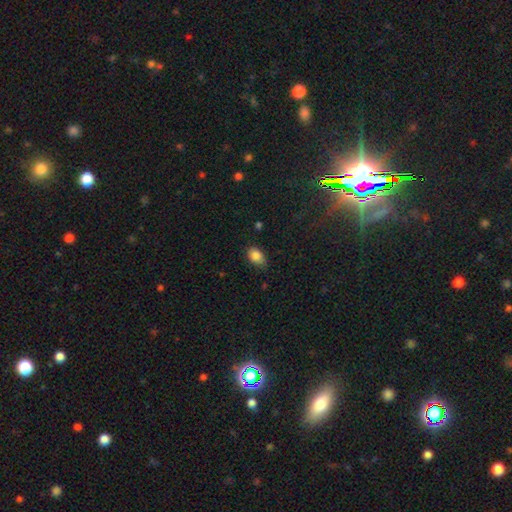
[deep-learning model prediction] Q: Smooth or featured?
A: smooth (86%); runner-up: star or artifact (9%)
Q: How rounded?
A: in between (84%); runner-up: round (14%)
Q: Merging?
A: none (70%); runner-up: minor disturbance (25%)